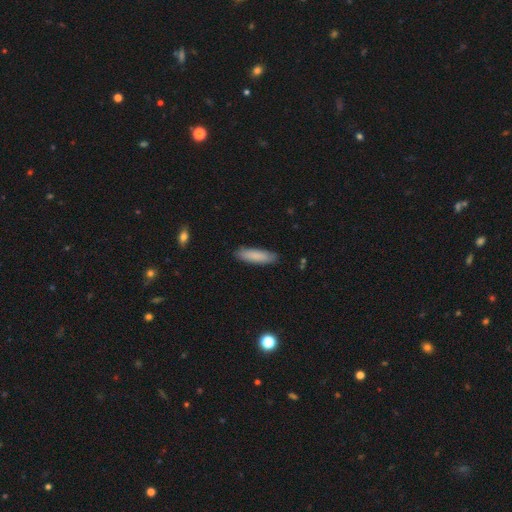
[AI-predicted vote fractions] This appears to be a smooth galaxy with no disk features (86%) that is cigar-shaped (63%). Merging: none (87%).